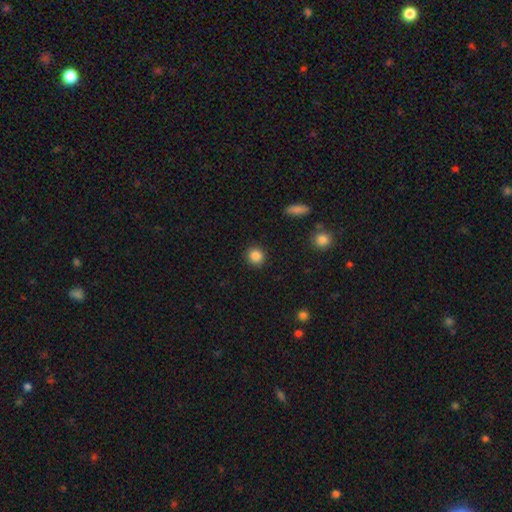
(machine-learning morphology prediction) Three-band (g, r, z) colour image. It shows a smooth galaxy with no disk features (87%) that is round (90%). Merging: none (90%).